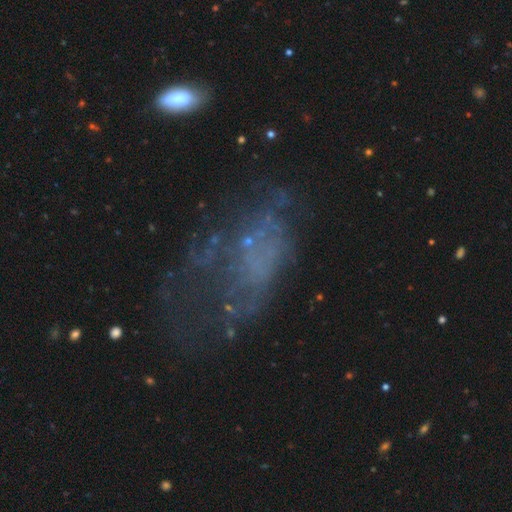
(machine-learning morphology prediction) Smooth or featured: featured or disk — 48% (smooth — 27%)
Merging: major disturbance — 42% (none — 33%)